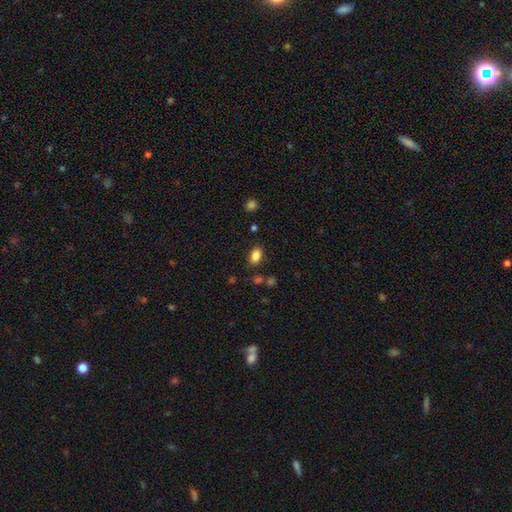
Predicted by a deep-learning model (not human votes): smooth 85%, star or artifact 10%, featured or disk 5%. Down the decision tree: how rounded — in between (84%); merging — none (82%).